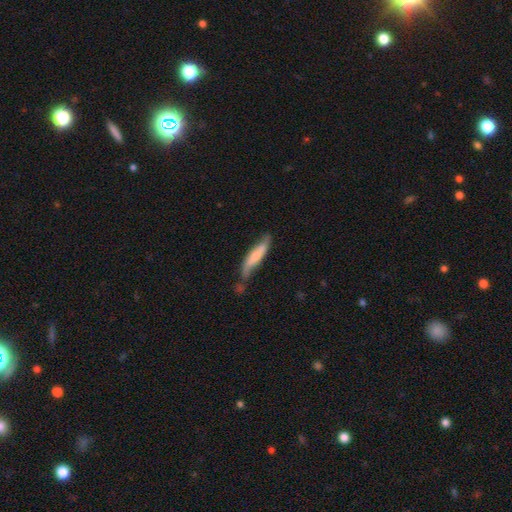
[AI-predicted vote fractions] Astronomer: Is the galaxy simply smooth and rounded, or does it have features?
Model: smooth — 55% (runner-up: featured or disk, 39%).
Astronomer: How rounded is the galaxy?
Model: cigar-shaped — 82%.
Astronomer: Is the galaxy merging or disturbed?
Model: none — 53% (runner-up: minor disturbance, 31%).